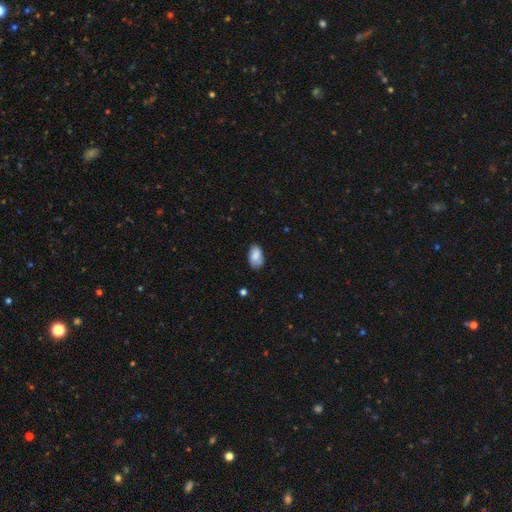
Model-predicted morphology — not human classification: A smooth galaxy with no disk features (84%) that is in between round and cigar-shaped (93%). Merging: none (71%).